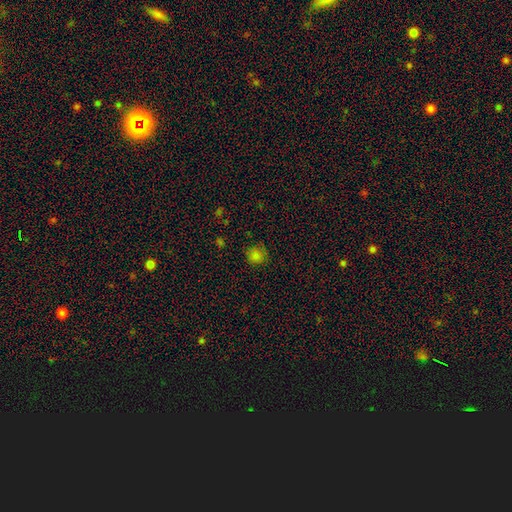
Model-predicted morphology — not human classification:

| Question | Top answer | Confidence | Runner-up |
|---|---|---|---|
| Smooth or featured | smooth | 80% | star or artifact (15%) |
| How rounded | round | 89% | in between (11%) |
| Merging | none | 82% | minor disturbance (13%) |